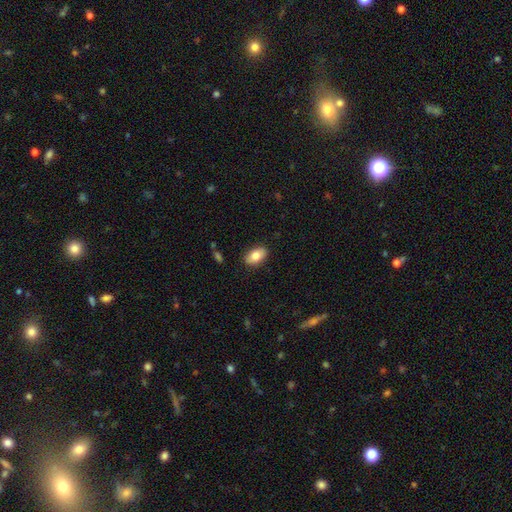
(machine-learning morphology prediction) Smooth or featured: smooth — 80% (featured or disk — 13%)
How rounded: in between — 92% (round — 5%)
Merging: none — 87% (minor disturbance — 9%)